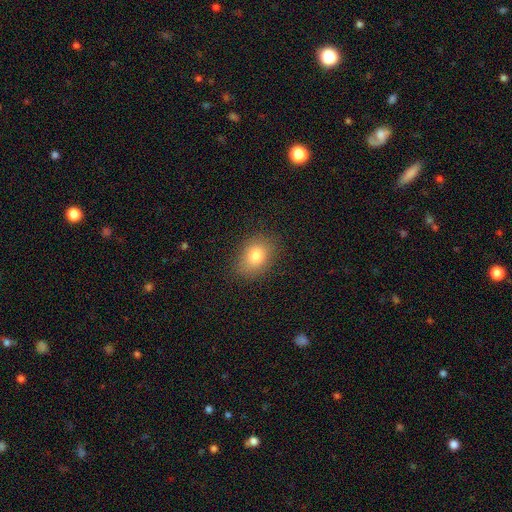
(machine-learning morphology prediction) Smooth or featured: smooth — 79% (star or artifact — 11%)
How rounded: in between — 67% (round — 32%)
Merging: none — 83% (minor disturbance — 12%)